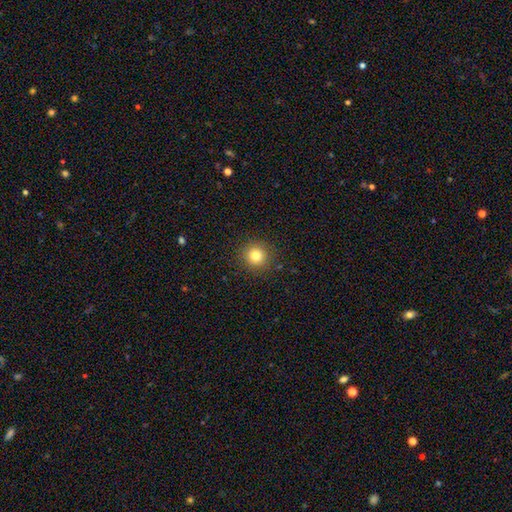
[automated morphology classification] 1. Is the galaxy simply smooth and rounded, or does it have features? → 81% smooth, 12% star or artifact, 7% featured or disk.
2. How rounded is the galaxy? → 93% round, 6% in between, 1% cigar-shaped.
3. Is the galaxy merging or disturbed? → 90% none, 7% minor disturbance, 2% major disturbance, 1% merger.